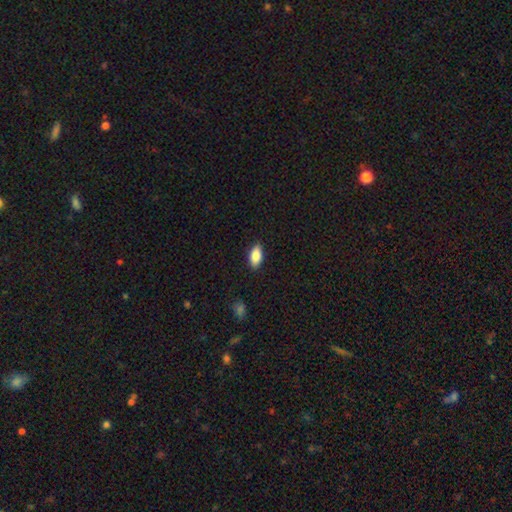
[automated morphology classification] Smooth or featured: smooth — 86% (featured or disk — 7%)
How rounded: in between — 90% (cigar-shaped — 6%)
Merging: none — 88% (minor disturbance — 9%)